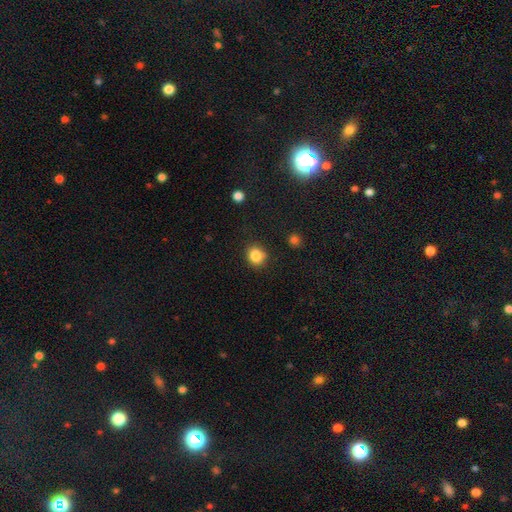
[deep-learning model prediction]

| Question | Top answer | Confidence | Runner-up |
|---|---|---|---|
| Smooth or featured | smooth | 85% | star or artifact (10%) |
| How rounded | round | 82% | in between (17%) |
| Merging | none | 83% | minor disturbance (11%) |